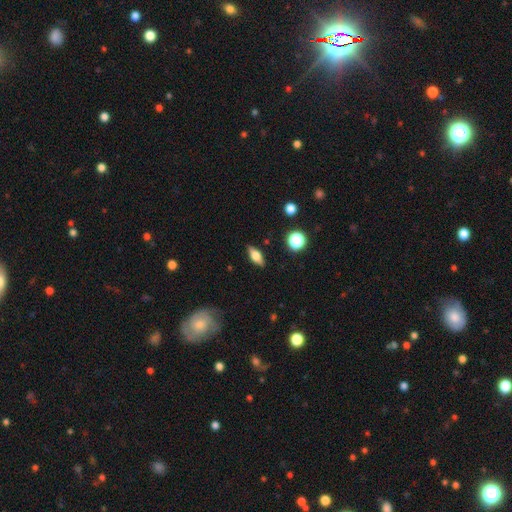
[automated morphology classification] Smooth or featured?
  - smooth: 56% *
  - featured or disk: 35%
  - star or artifact: 9%
How rounded?
  - in between: 70% *
  - cigar-shaped: 23%
  - round: 7%
Merging?
  - none: 87% *
  - minor disturbance: 9%
  - major disturbance: 2%
  - merger: 1%